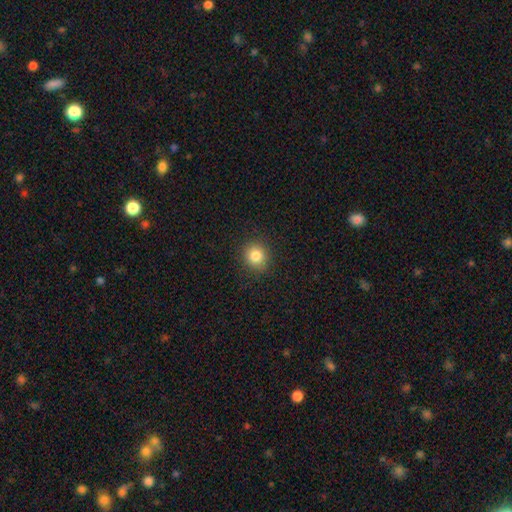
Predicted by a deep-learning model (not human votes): Smooth or featured?
  - smooth: 83% *
  - star or artifact: 11%
  - featured or disk: 6%
How rounded?
  - round: 86% *
  - in between: 13%
  - cigar-shaped: 1%
Merging?
  - none: 89% *
  - minor disturbance: 7%
  - major disturbance: 2%
  - merger: 1%